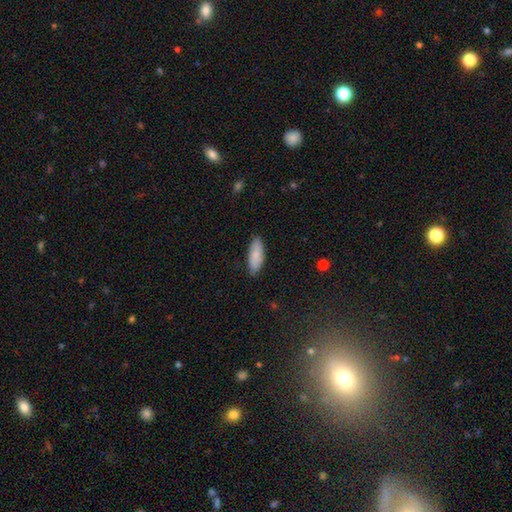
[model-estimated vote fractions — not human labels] smooth 82%, featured or disk 12%, star or artifact 6%. Down the decision tree: how rounded — in between (75%); merging — none (83%).